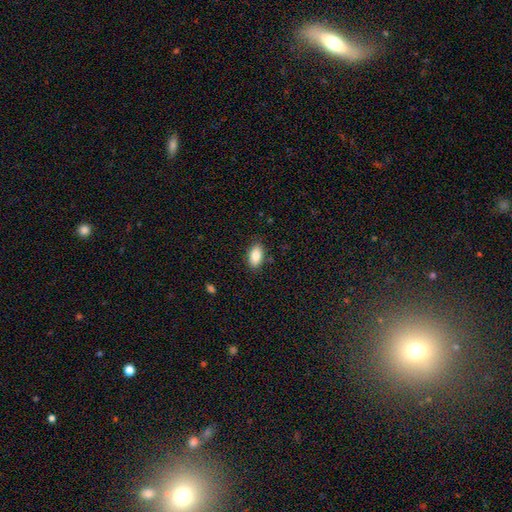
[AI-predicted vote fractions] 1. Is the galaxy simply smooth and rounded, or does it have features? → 86% smooth, 7% star or artifact, 7% featured or disk.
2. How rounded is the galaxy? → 92% in between, 5% round, 3% cigar-shaped.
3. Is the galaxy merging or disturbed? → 86% none, 11% minor disturbance, 2% major disturbance, 1% merger.